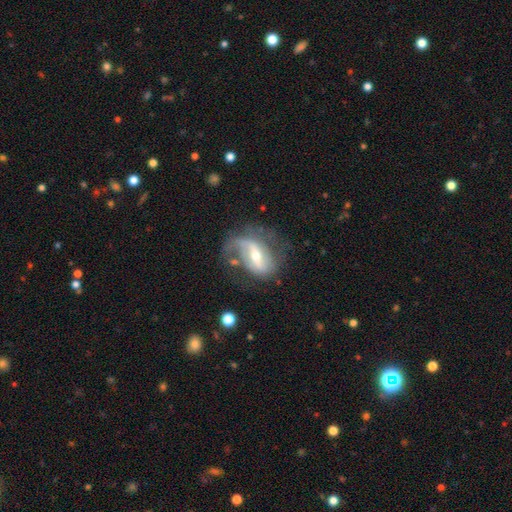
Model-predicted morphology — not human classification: Overall: featured or disk (79%). Edge-on disk: no (94%). Bar: strong (48%; weak 36%). Spiral arms: yes (87%). Spiral arm count: 2 (60%; 1 28%). Spiral winding: loose (50%; medium 35%). Bulge size: moderate (52%; small 43%). Merging: none (48%; major disturbance 24%).